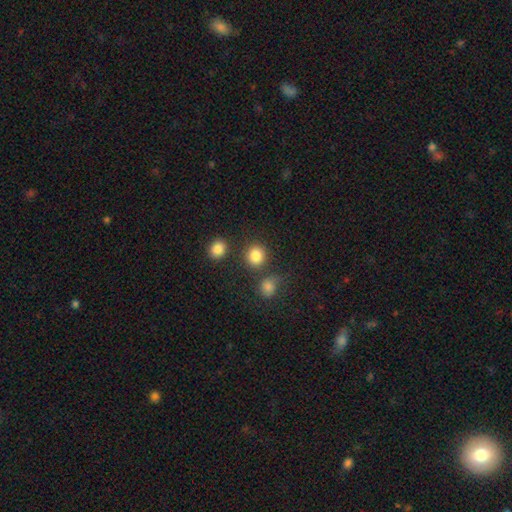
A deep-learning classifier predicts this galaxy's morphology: Q: Smooth or featured?
A: smooth (85%); runner-up: star or artifact (11%)
Q: How rounded?
A: round (84%); runner-up: in between (15%)
Q: Merging?
A: none (77%); runner-up: merger (10%)